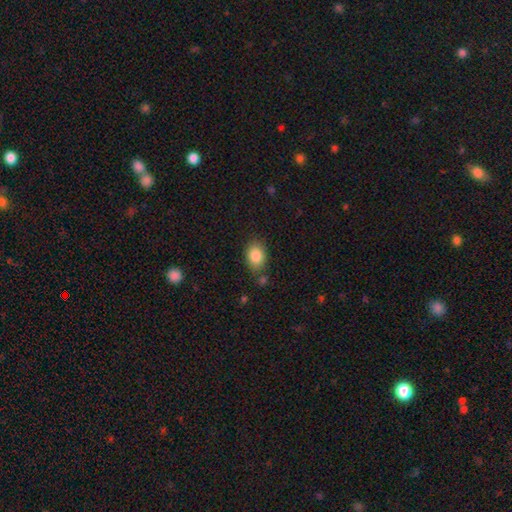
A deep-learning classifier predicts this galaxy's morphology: Smooth or featured?
  - smooth: 86% *
  - star or artifact: 8%
  - featured or disk: 6%
How rounded?
  - in between: 73% *
  - round: 26%
  - cigar-shaped: 1%
Merging?
  - none: 74% *
  - minor disturbance: 16%
  - merger: 6%
  - major disturbance: 4%